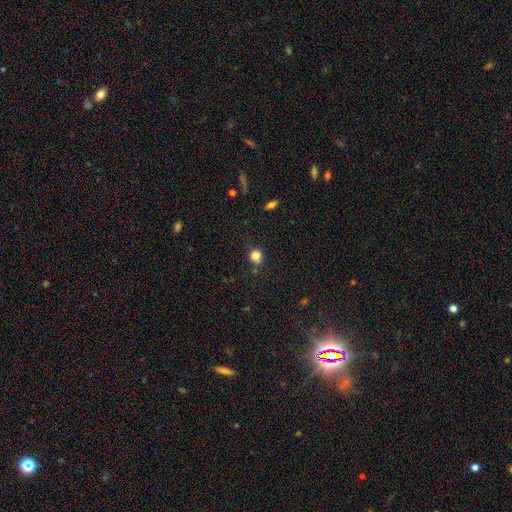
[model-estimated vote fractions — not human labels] Smooth or featured: smooth — 82% (star or artifact — 13%)
How rounded: round — 87% (in between — 12%)
Merging: none — 81% (minor disturbance — 11%)